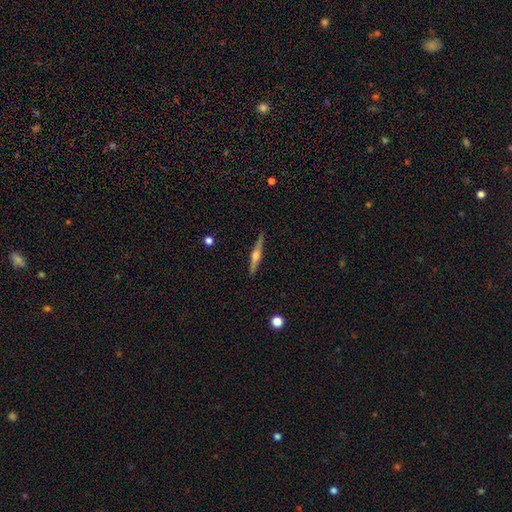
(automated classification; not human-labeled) A featured or disk galaxy (72%) viewed edge-on (98%) with a rounded central bulge (89%).

Vote fractions:
- Smooth or featured? featured or disk: 72% / smooth: 22% / star or artifact: 6%
- Edge-on disk? yes: 98% / no: 2%
- Edge-on bulge? rounded: 89% / boxy: 7% / none: 4%
- Merging? none: 90% / minor disturbance: 7% / major disturbance: 2% / merger: 1%